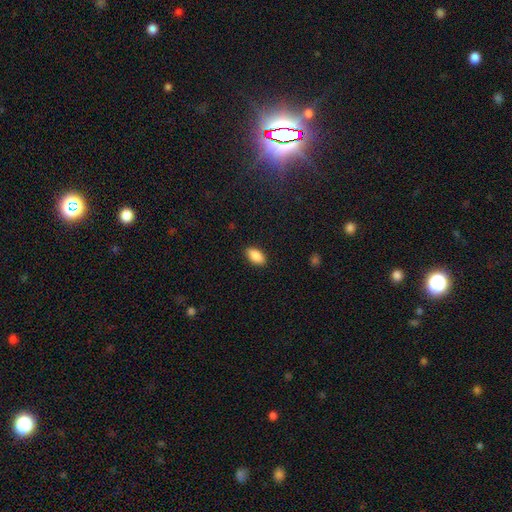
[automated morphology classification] Smooth or featured?
  - smooth: 89% *
  - star or artifact: 7%
  - featured or disk: 4%
How rounded?
  - in between: 93% *
  - round: 4%
  - cigar-shaped: 3%
Merging?
  - none: 88% *
  - minor disturbance: 9%
  - major disturbance: 2%
  - merger: 1%